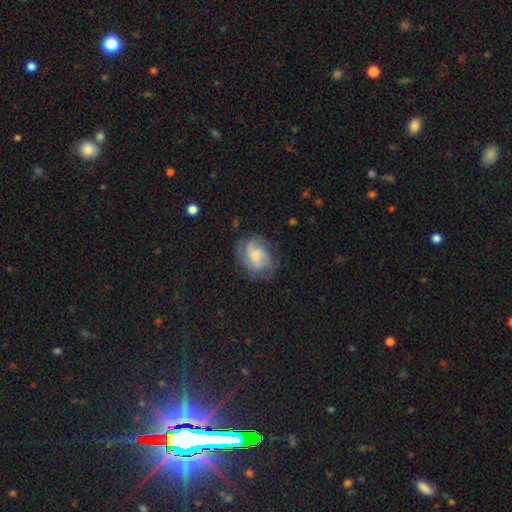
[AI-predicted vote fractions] Q: Smooth or featured?
A: featured or disk (65%); runner-up: smooth (28%)
Q: Edge-on disk?
A: no (98%); runner-up: yes (2%)
Q: Bar?
A: no (62%); runner-up: weak (32%)
Q: Spiral arms?
A: yes (90%); runner-up: no (10%)
Q: Spiral winding?
A: medium (43%); runner-up: tight (37%)
Q: Spiral arm count?
A: 2 (33%); runner-up: can't tell (27%)
Q: Bulge size?
A: small (55%); runner-up: moderate (33%)
Q: Merging?
A: none (68%); runner-up: minor disturbance (20%)